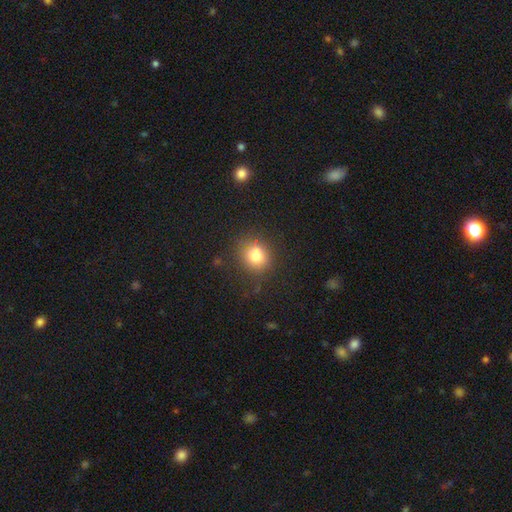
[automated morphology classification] Smooth or featured? Predicted: smooth (p=0.78). How rounded? Predicted: round (p=0.78). Merging? Predicted: none (p=0.78).